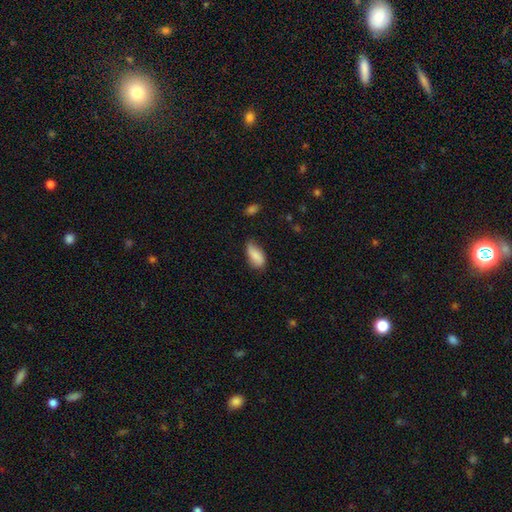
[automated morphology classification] A smooth galaxy with no disk features (84%) that is in between round and cigar-shaped (88%). Merging: none (62%).